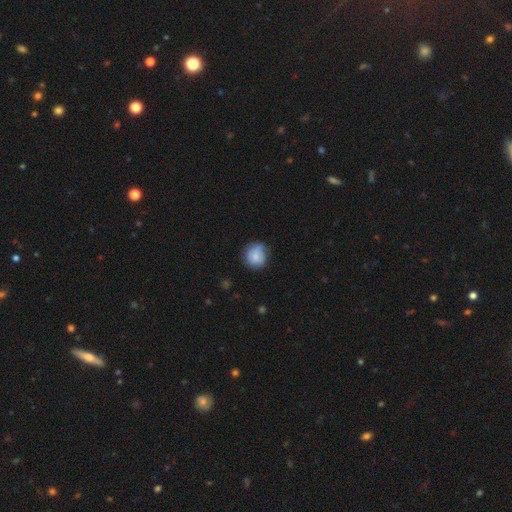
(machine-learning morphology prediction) A smooth galaxy with no disk features (77%) that is round (85%).

Vote fractions:
- Smooth or featured? smooth: 77% / featured or disk: 15% / star or artifact: 7%
- How rounded? round: 85% / in between: 14% / cigar-shaped: 1%
- Merging? none: 67% / minor disturbance: 25% / major disturbance: 6% / merger: 1%